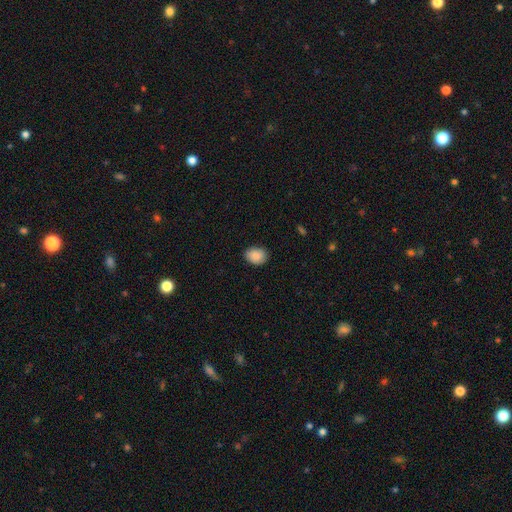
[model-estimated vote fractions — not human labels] Morphology: type=smooth (89%); roundness=in between (66%); merging=none (85%).